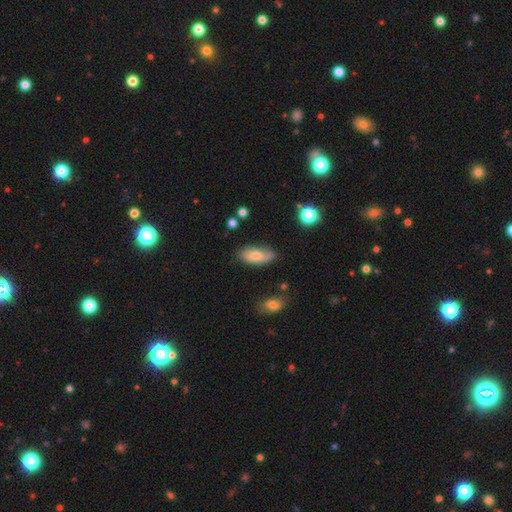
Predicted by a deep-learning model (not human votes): smooth-or-featured: smooth: 64% | featured or disk: 29% | star or artifact: 8%
  how-rounded: in between: 87% | cigar-shaped: 9% | round: 3%
  merging: none: 64% | minor disturbance: 26% | major disturbance: 7% | merger: 3%